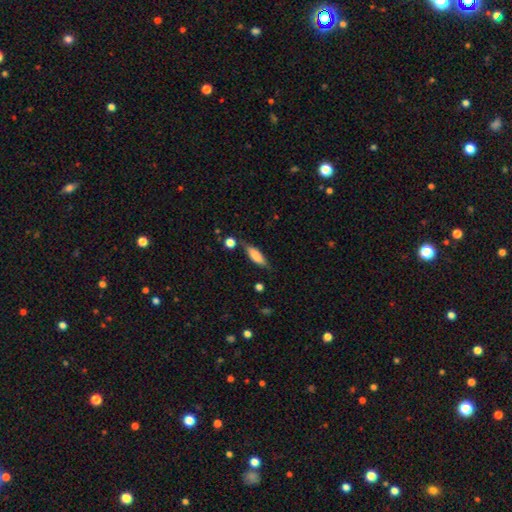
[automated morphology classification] Smooth or featured?
  - smooth: 77% *
  - featured or disk: 16%
  - star or artifact: 7%
How rounded?
  - in between: 59% *
  - cigar-shaped: 39%
  - round: 3%
Merging?
  - none: 67% *
  - minor disturbance: 21%
  - merger: 7%
  - major disturbance: 6%